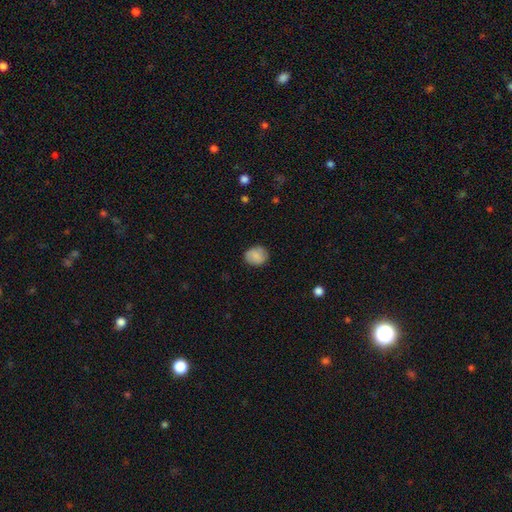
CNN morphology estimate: smooth-or-featured: smooth: 84% | featured or disk: 9% | star or artifact: 8%
  how-rounded: round: 63% | in between: 36% | cigar-shaped: 1%
  merging: none: 82% | minor disturbance: 14% | major disturbance: 3% | merger: 1%